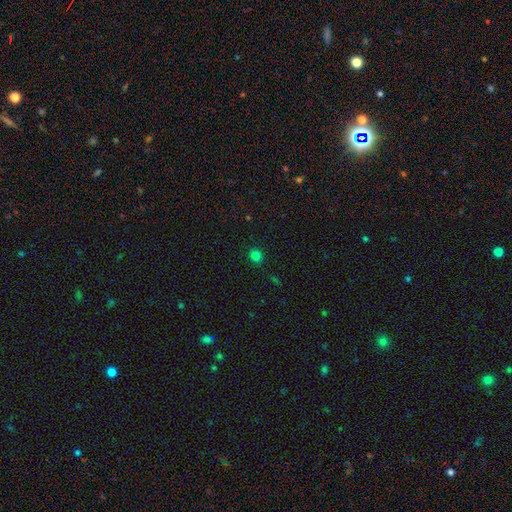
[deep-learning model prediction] This appears to be a smooth galaxy with no disk features (79%) that is round (80%). Merging: none (89%).